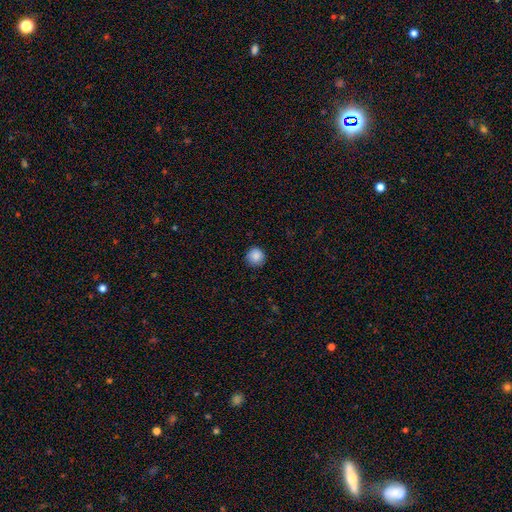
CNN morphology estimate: This is clearly a smooth galaxy (88%). How rounded: clearly round (95%). Merging: clearly none (90%).